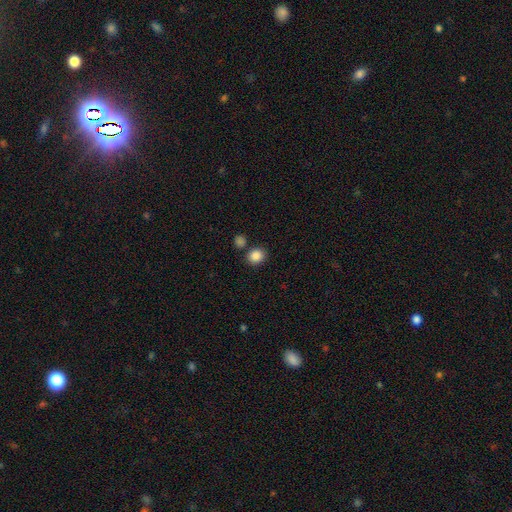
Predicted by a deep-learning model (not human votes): Smooth or featured? Predicted: smooth (p=0.86). How rounded? Predicted: round (p=0.77). Merging? Predicted: none (p=0.80).